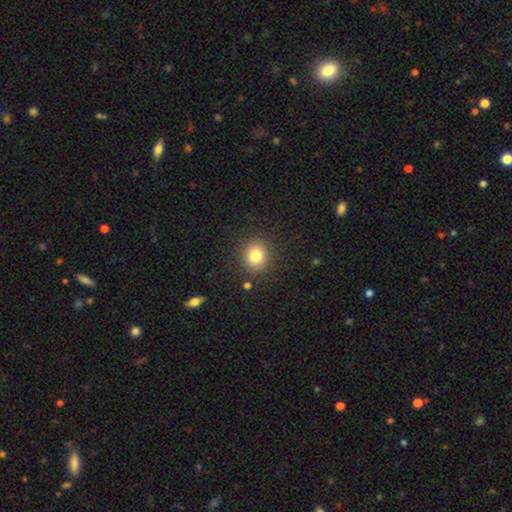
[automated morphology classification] Overall: smooth (81%). How rounded: round (82%). Merging: none (88%).